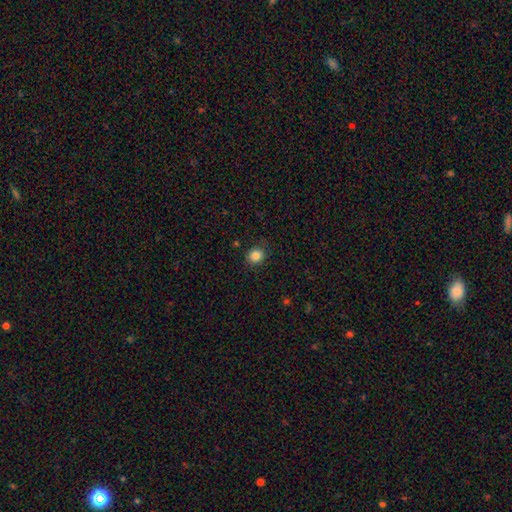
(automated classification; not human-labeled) Smooth or featured? smooth (84%)
How rounded? round (84%)
Merging? none (86%)